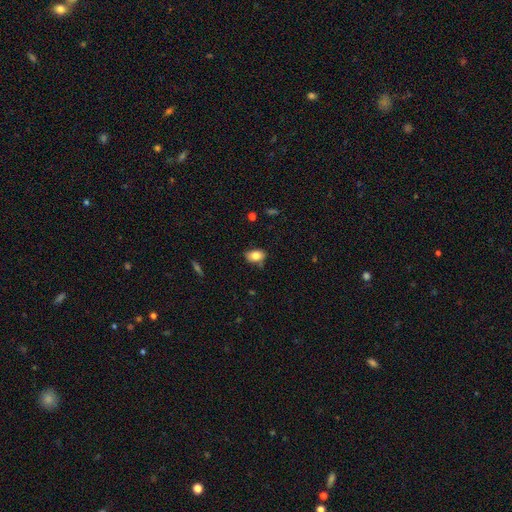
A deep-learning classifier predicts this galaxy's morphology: Q: Smooth or featured?
A: smooth (80%); runner-up: featured or disk (11%)
Q: How rounded?
A: in between (84%); runner-up: round (14%)
Q: Merging?
A: none (71%); runner-up: minor disturbance (21%)